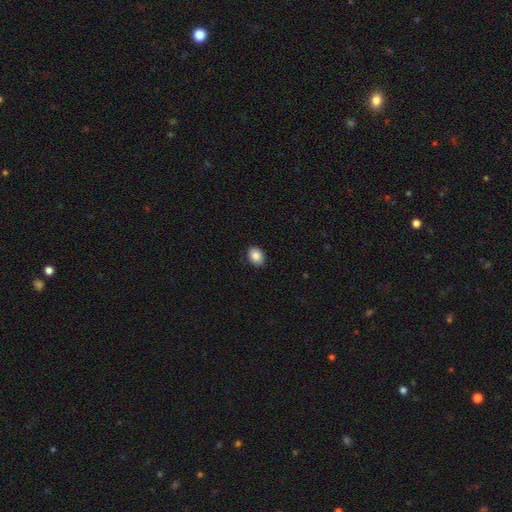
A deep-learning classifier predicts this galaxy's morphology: This is clearly a smooth galaxy (87%). How rounded: likely in between (67%). Merging: clearly none (90%).